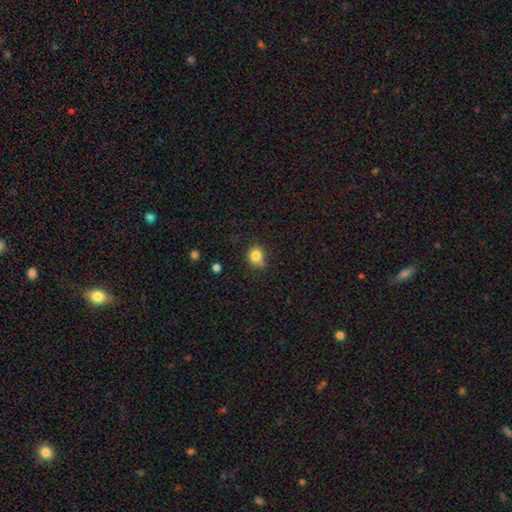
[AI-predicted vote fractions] The model was most divided on "merging": none: 63%, minor disturbance: 21%, merger: 11%, major disturbance: 5%. More confident: smooth or featured — smooth (81%); how rounded — round (76%).